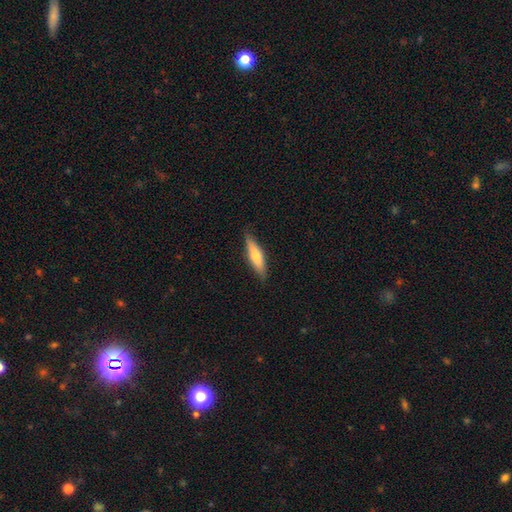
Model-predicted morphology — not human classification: Smooth or featured?
  - smooth: 64% *
  - featured or disk: 30%
  - star or artifact: 6%
How rounded?
  - cigar-shaped: 75% *
  - in between: 23%
  - round: 2%
Merging?
  - none: 85% *
  - minor disturbance: 12%
  - major disturbance: 2%
  - merger: 1%